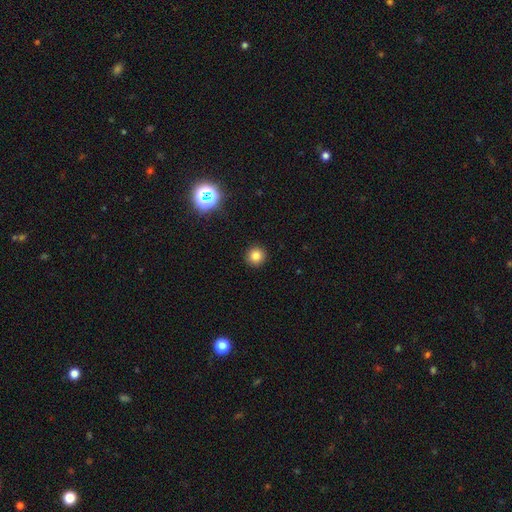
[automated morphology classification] Q: Smooth or featured?
A: smooth (82%); runner-up: star or artifact (13%)
Q: How rounded?
A: round (95%); runner-up: in between (4%)
Q: Merging?
A: none (93%); runner-up: minor disturbance (5%)